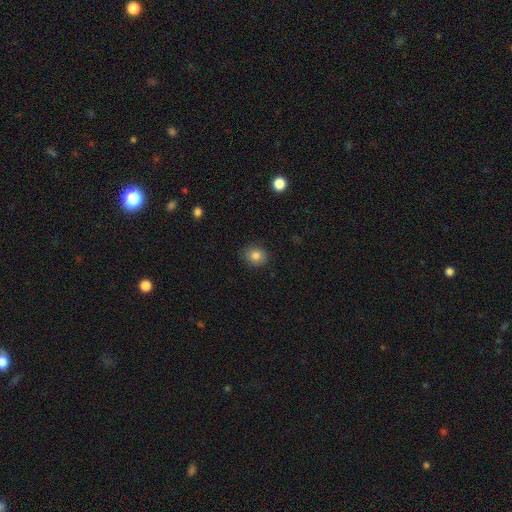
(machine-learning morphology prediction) Smooth or featured?
  - smooth: 82% *
  - star or artifact: 10%
  - featured or disk: 8%
How rounded?
  - round: 68% *
  - in between: 31%
  - cigar-shaped: 1%
Merging?
  - none: 87% *
  - minor disturbance: 10%
  - major disturbance: 2%
  - merger: 1%